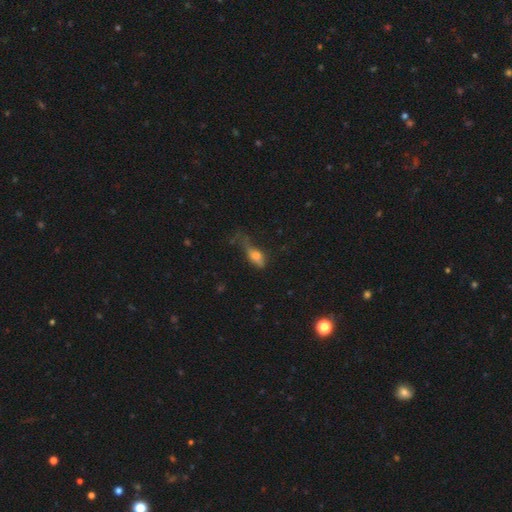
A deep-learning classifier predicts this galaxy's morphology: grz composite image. It shows a smooth galaxy with no disk features (67%) that is in between round and cigar-shaped (70%). Merging: major disturbance (38%).